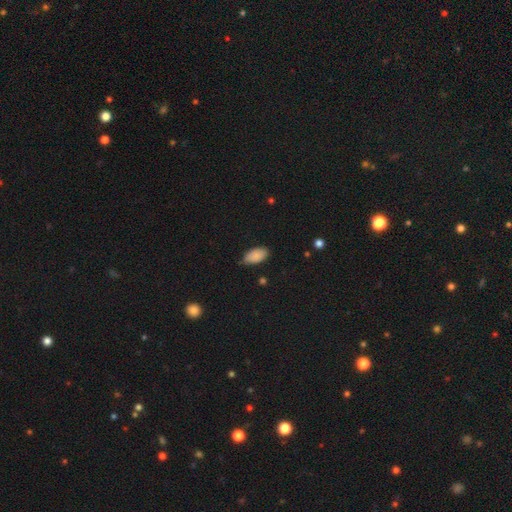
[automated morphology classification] Smooth or featured? Predicted: smooth (p=0.88). How rounded? Predicted: in between (p=0.94). Merging? Predicted: none (p=0.71).